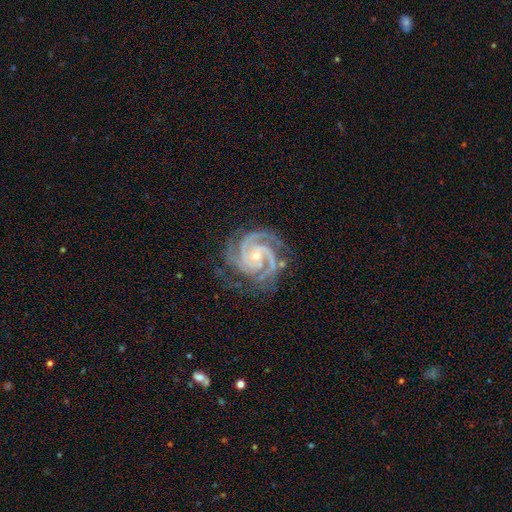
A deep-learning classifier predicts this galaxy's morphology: A featured or disk galaxy (94%) with no bar (70%), 3 (54%) tight (70%) spiral arms (99%) and a small central bulge (74%).

Vote fractions:
- Smooth or featured? featured or disk: 94% / star or artifact: 4% / smooth: 2%
- Edge-on disk? no: 98% / yes: 2%
- Bar? no: 70% / weak: 21% / strong: 9%
- Spiral arms? yes: 99% / no: 1%
- Spiral winding? tight: 70% / medium: 28% / loose: 2%
- Spiral arm count? 3: 54% / 2: 22% / 4: 10% / can't tell: 5% / more than 4: 4% / 1: 4%
- Bulge size? small: 74% / moderate: 22% / none: 1% / large: 1% / dominant: 1%
- Merging? none: 74% / minor disturbance: 18% / major disturbance: 7% / merger: 1%